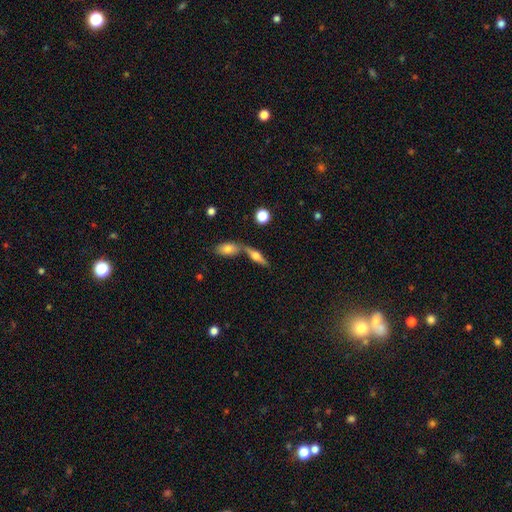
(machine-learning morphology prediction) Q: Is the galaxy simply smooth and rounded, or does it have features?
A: featured or disk — 50%.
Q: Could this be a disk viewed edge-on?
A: yes — 89%.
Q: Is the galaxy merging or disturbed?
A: none — 50%.